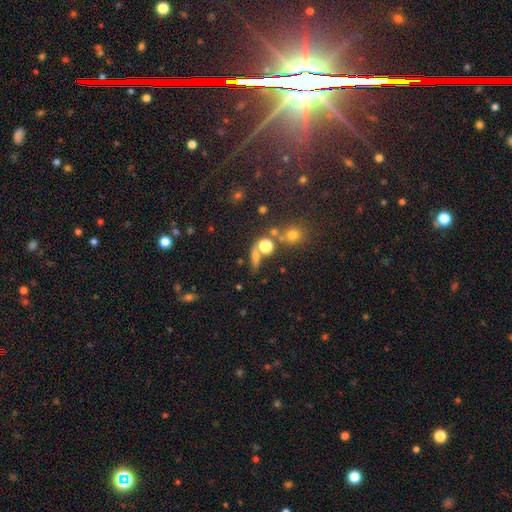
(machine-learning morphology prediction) Smooth or featured?
  - smooth: 54% *
  - star or artifact: 23%
  - featured or disk: 23%
How rounded?
  - cigar-shaped: 35% *
  - in between: 33%
  - round: 33%
Merging?
  - none: 57% *
  - merger: 21%
  - minor disturbance: 13%
  - major disturbance: 9%